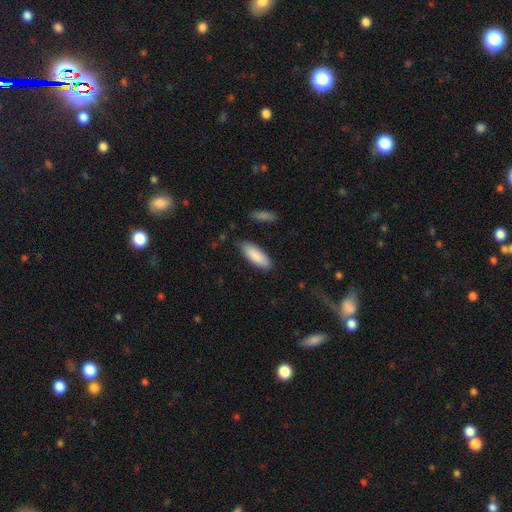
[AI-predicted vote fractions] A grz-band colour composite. It shows a smooth galaxy with no disk features (89%) that is in between round and cigar-shaped (71%). Merging: none (84%).